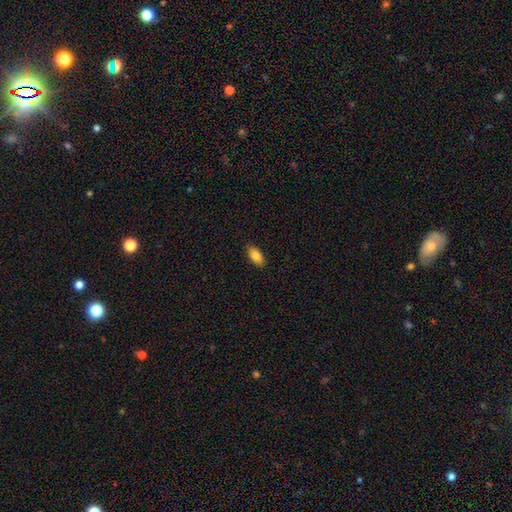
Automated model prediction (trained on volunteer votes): A smooth galaxy with no disk features (85%) that is in between round and cigar-shaped (90%). Merging: none (87%).